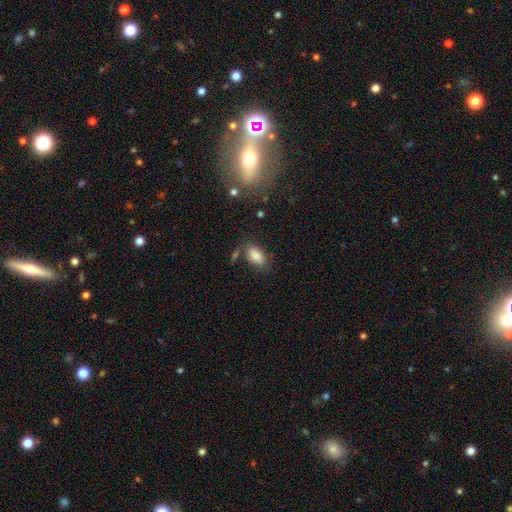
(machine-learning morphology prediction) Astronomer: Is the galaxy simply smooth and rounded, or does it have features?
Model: smooth — 86%.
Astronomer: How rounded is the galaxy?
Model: in between — 92%.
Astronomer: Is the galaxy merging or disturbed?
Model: none — 70%.